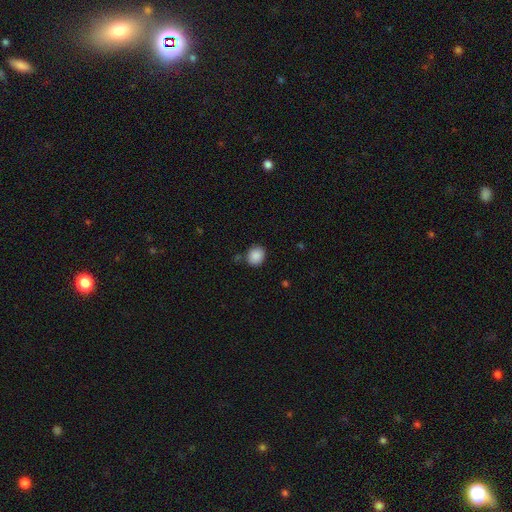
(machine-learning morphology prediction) type=smooth (89%); roundness=round (67%); merging=none (81%).